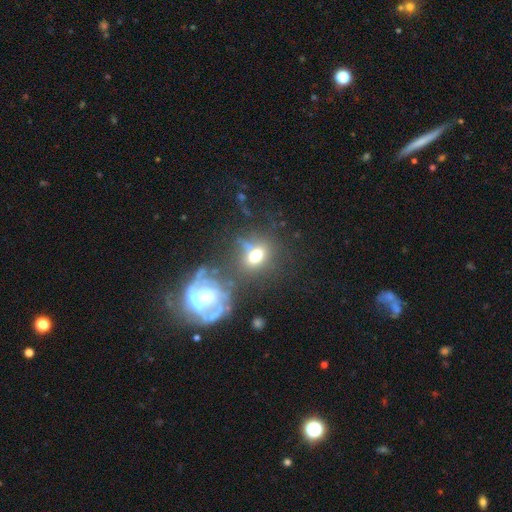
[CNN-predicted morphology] The model was most divided on "how rounded": round: 50%, in between: 48%, cigar-shaped: 3%. More confident: smooth or featured — smooth (57%); merging — none (53%).